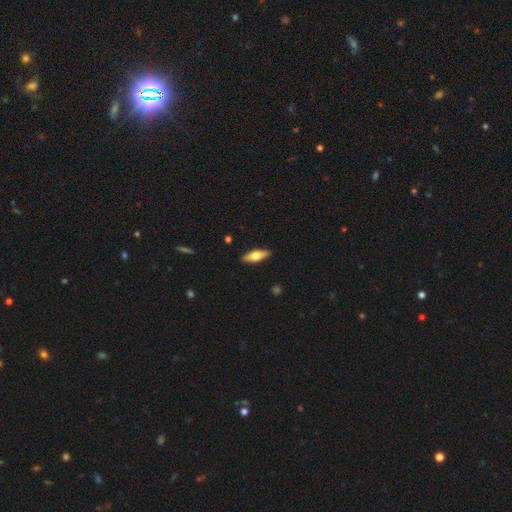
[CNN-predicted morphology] The model was most divided on "smooth or featured": smooth: 52%, featured or disk: 42%, star or artifact: 6%. More confident: merging — none (90%); how rounded — in between (59%).